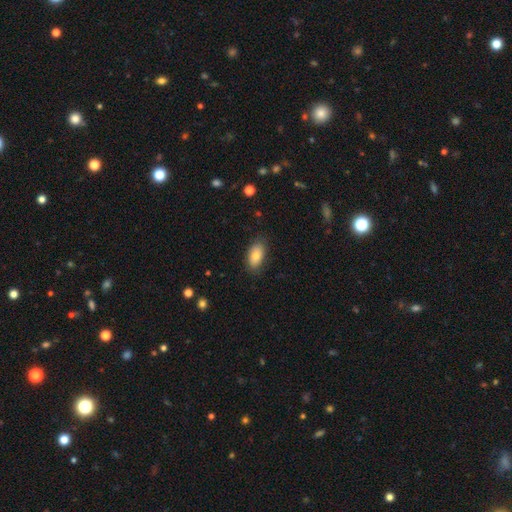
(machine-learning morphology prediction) smooth-or-featured: smooth: 81% | featured or disk: 12% | star or artifact: 7%
  how-rounded: in between: 92% | round: 4% | cigar-shaped: 4%
  merging: none: 81% | minor disturbance: 14% | major disturbance: 3% | merger: 1%